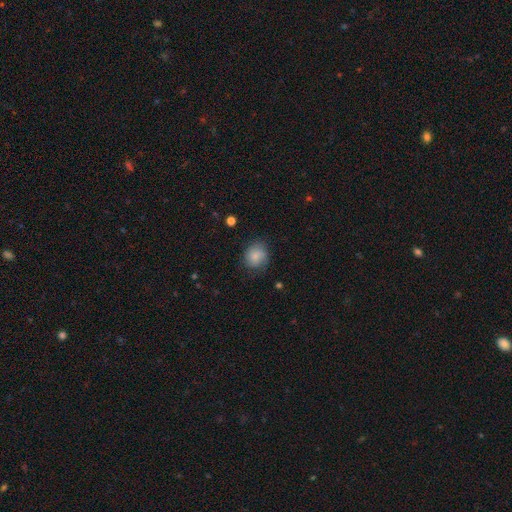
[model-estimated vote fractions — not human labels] Smooth or featured? smooth (80%)
How rounded? round (72%)
Merging? none (72%)